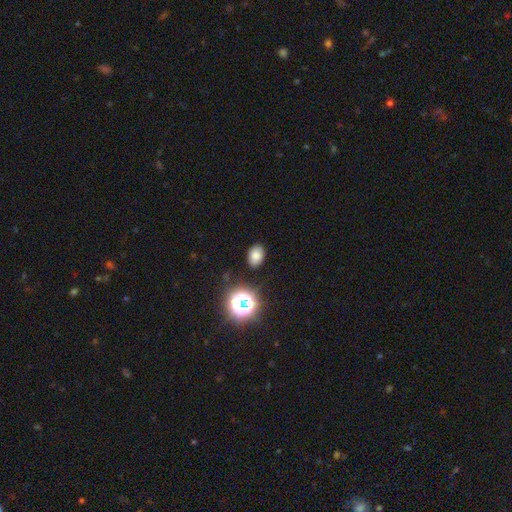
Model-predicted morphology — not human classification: Smooth or featured?
  - smooth: 78% *
  - star or artifact: 15%
  - featured or disk: 7%
How rounded?
  - in between: 76% *
  - round: 23%
  - cigar-shaped: 1%
Merging?
  - none: 86% *
  - minor disturbance: 10%
  - major disturbance: 3%
  - merger: 2%